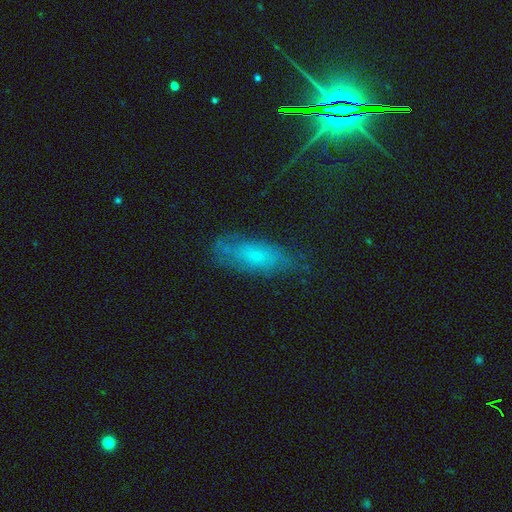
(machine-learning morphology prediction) smooth_or_featured: smooth (p=0.50) [alt: featured or disk p=0.36]
merging: none (p=0.67) [alt: minor disturbance p=0.24]